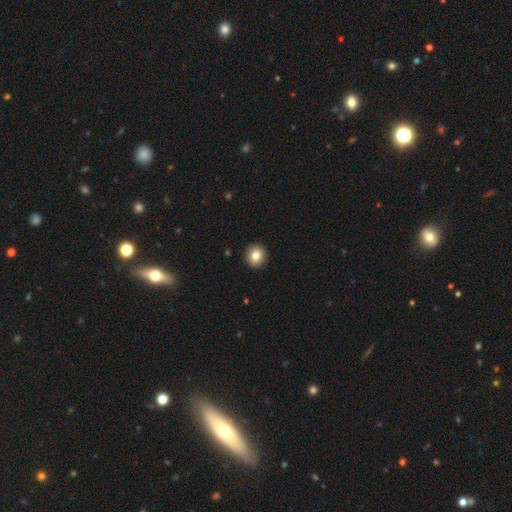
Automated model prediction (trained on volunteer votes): smooth_or_featured: smooth (p=0.83) [alt: star or artifact p=0.09]
how_rounded: round (p=0.91) [alt: in between p=0.08]
merging: none (p=0.93) [alt: minor disturbance p=0.05]